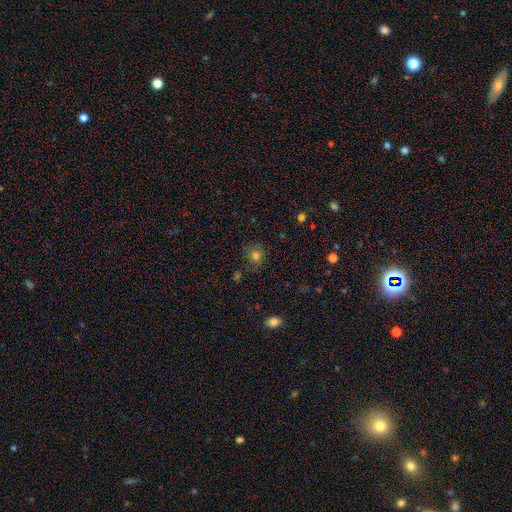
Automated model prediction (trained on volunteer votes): smooth_or_featured: smooth (p=0.75) [alt: star or artifact p=0.17]
how_rounded: round (p=0.82) [alt: in between p=0.17]
merging: none (p=0.75) [alt: minor disturbance p=0.16]